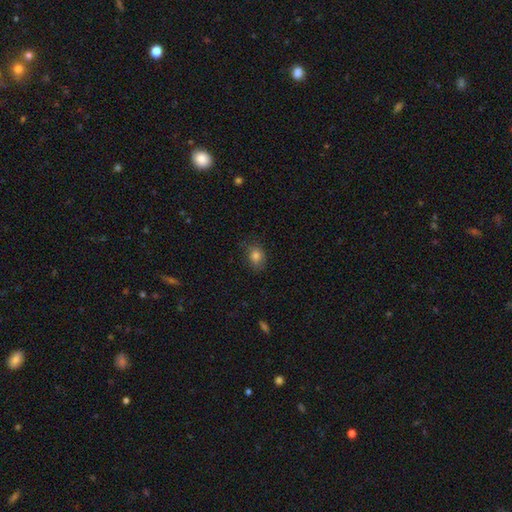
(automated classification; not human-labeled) Smooth or featured? smooth (82%)
How rounded? in between (57%)
Merging? none (74%)